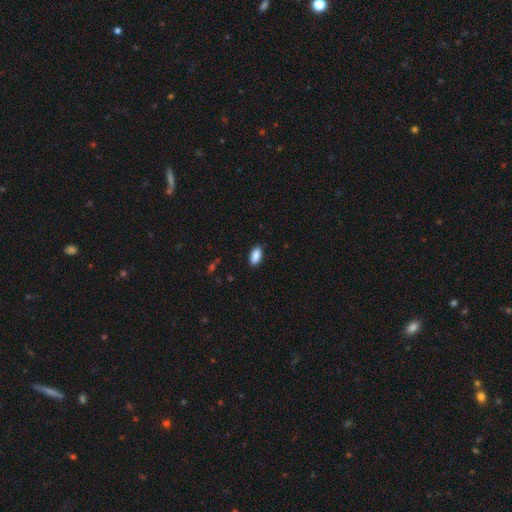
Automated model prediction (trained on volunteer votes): The model was most divided on "merging": none: 87%, minor disturbance: 10%, major disturbance: 2%, merger: 1%. More confident: how rounded — in between (92%); smooth or featured — smooth (89%).